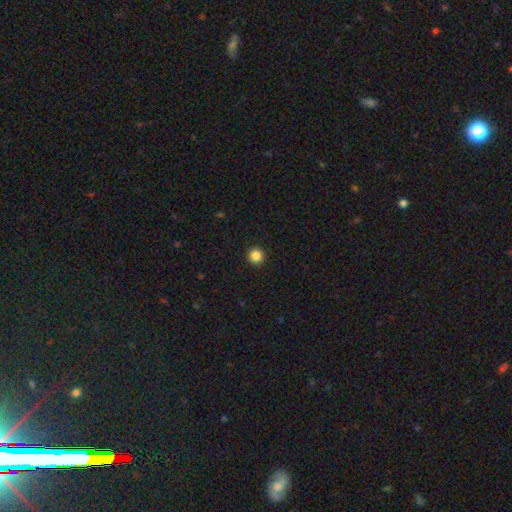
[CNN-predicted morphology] Smooth or featured?
  - smooth: 86% *
  - star or artifact: 11%
  - featured or disk: 4%
How rounded?
  - round: 96% *
  - in between: 3%
  - cigar-shaped: 1%
Merging?
  - none: 94% *
  - minor disturbance: 4%
  - major disturbance: 1%
  - merger: 1%